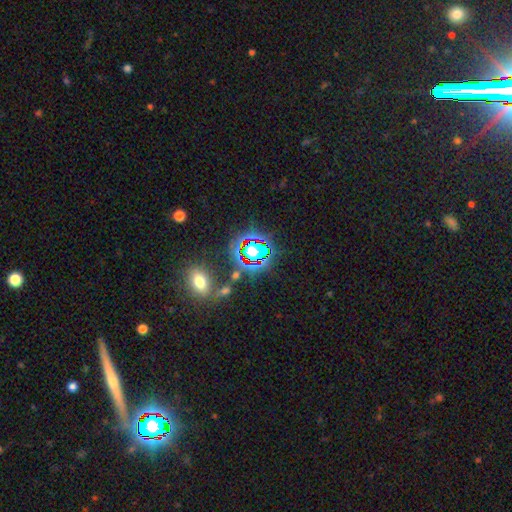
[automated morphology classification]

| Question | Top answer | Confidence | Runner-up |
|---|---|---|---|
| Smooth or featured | star or artifact | 66% | smooth (22%) |